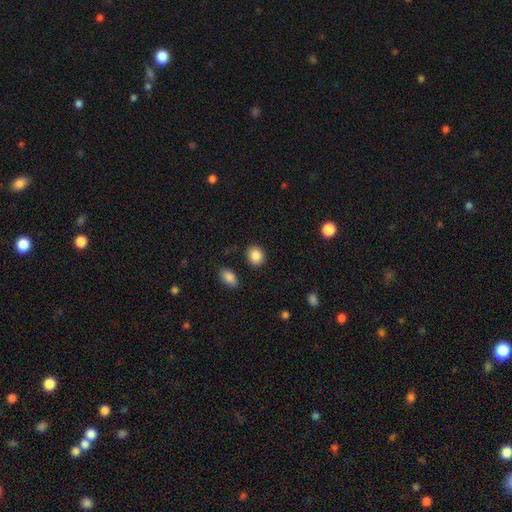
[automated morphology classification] The model was most divided on "how rounded": round: 65%, in between: 34%, cigar-shaped: 1%. More confident: smooth or featured — smooth (88%); merging — none (86%).